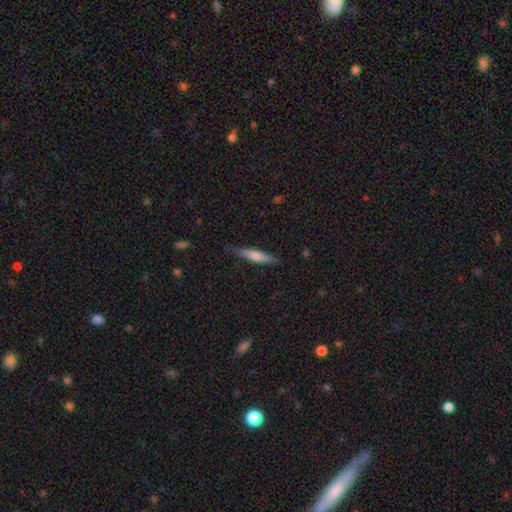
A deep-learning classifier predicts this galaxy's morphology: Overall: smooth (64%; featured or disk 30%). How rounded: cigar-shaped (85%). Merging: none (80%).